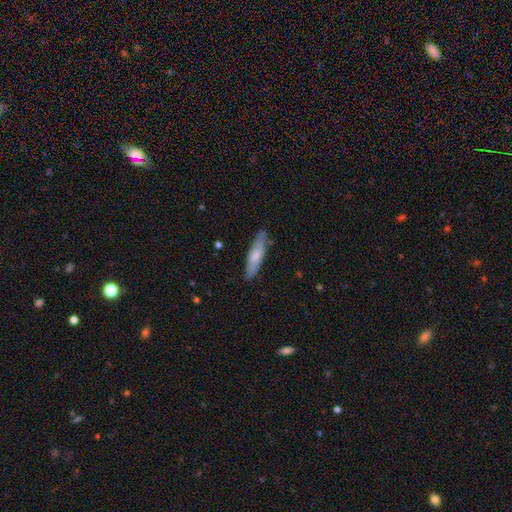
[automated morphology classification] smooth 62%, featured or disk 32%, star or artifact 6%. Down the decision tree: how rounded — cigar-shaped (78%); merging — none (82%).